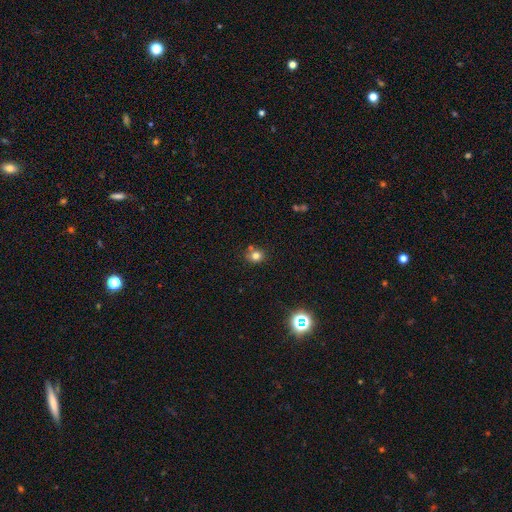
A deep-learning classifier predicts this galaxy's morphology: Smooth or featured? smooth (78%)
How rounded? round (74%)
Merging? none (69%)